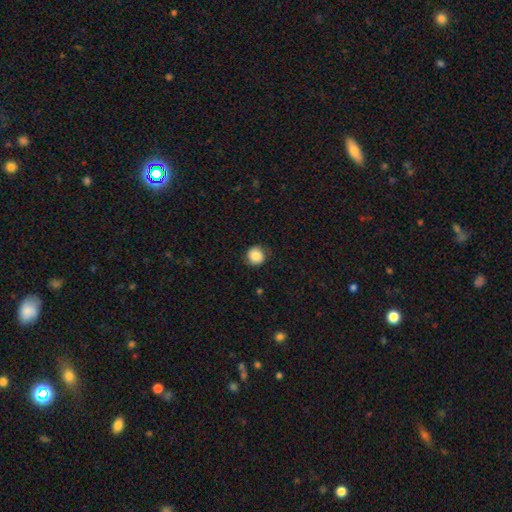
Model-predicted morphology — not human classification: Smooth or featured?
  - smooth: 83% *
  - star or artifact: 9%
  - featured or disk: 8%
How rounded?
  - round: 91% *
  - in between: 8%
  - cigar-shaped: 1%
Merging?
  - none: 81% *
  - minor disturbance: 14%
  - major disturbance: 3%
  - merger: 1%